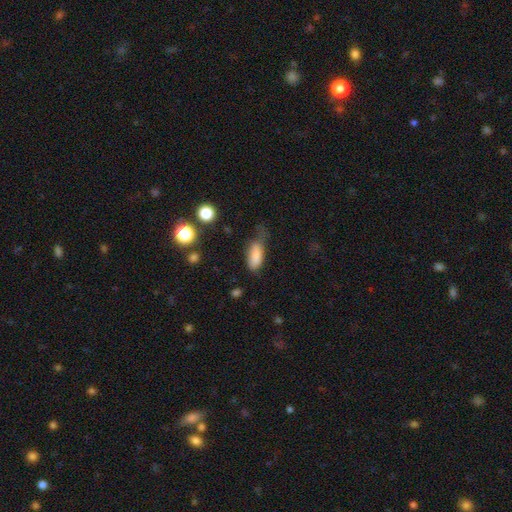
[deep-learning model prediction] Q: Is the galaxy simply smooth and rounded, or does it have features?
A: smooth — 82%.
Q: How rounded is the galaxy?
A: in between — 78%.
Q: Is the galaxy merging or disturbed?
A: minor disturbance — 38%.